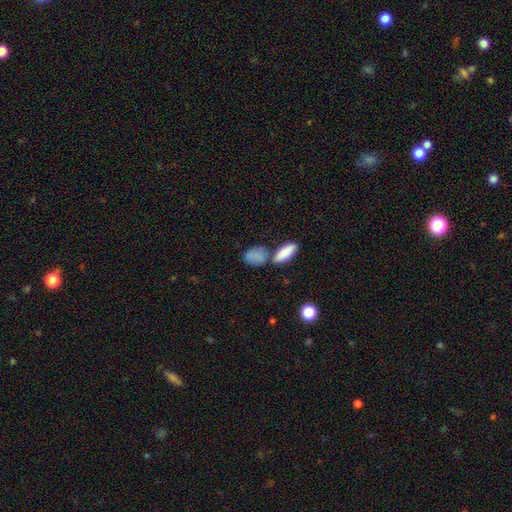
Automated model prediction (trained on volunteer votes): A smooth galaxy with no disk features (83%) that is in between round and cigar-shaped (77%). Merging: none (49%).